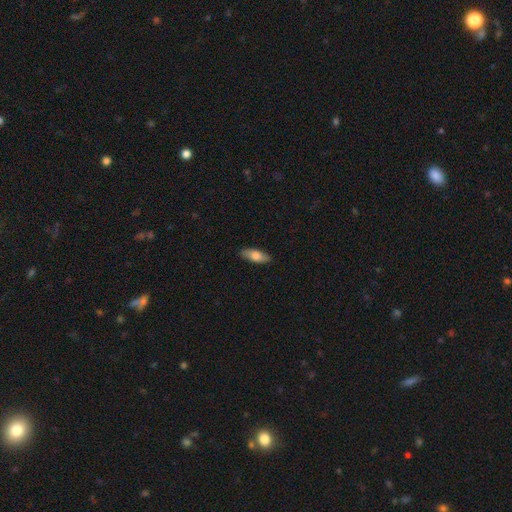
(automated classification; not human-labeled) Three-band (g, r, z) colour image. It shows a smooth galaxy with no disk features (75%) that is in between round and cigar-shaped (70%). Merging: none (88%).